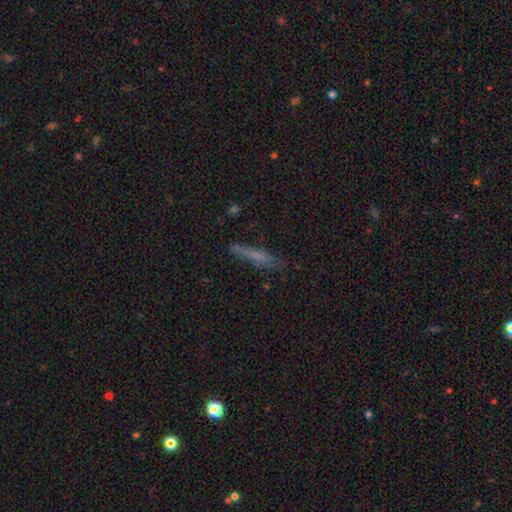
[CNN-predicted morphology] Smooth or featured? smooth (54%)
How rounded? cigar-shaped (91%)
Merging? none (77%)